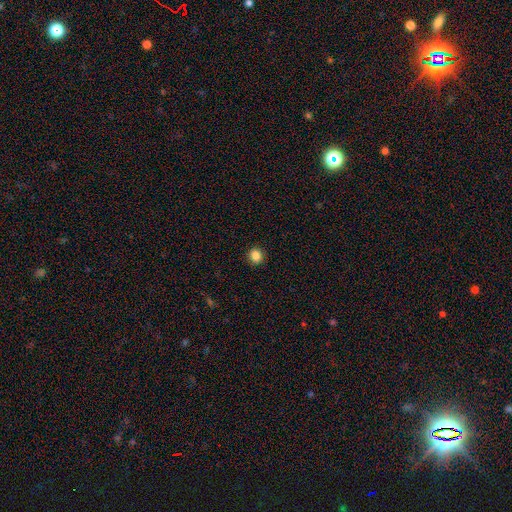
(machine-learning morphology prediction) Smooth or featured? smooth (85%)
How rounded? round (90%)
Merging? none (92%)